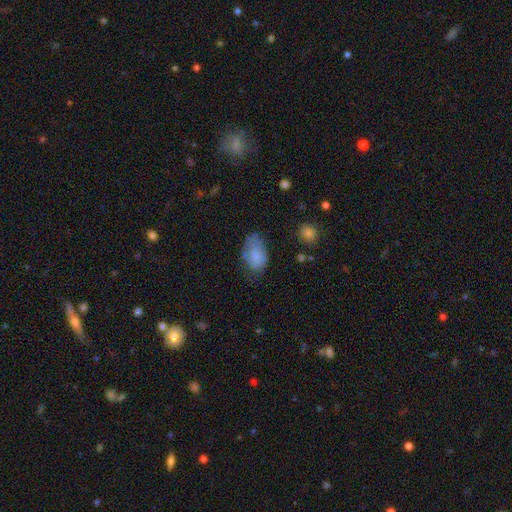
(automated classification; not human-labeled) smooth-or-featured: smooth: 76% | featured or disk: 15% | star or artifact: 8%
  how-rounded: in between: 92% | round: 6% | cigar-shaped: 2%
  merging: none: 53% | minor disturbance: 31% | major disturbance: 13% | merger: 3%